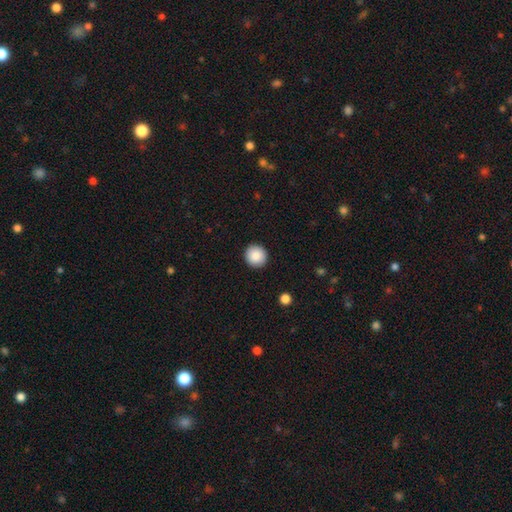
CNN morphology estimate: Smooth or featured: smooth — 87% (star or artifact — 8%)
How rounded: round — 94% (in between — 5%)
Merging: none — 92% (minor disturbance — 5%)